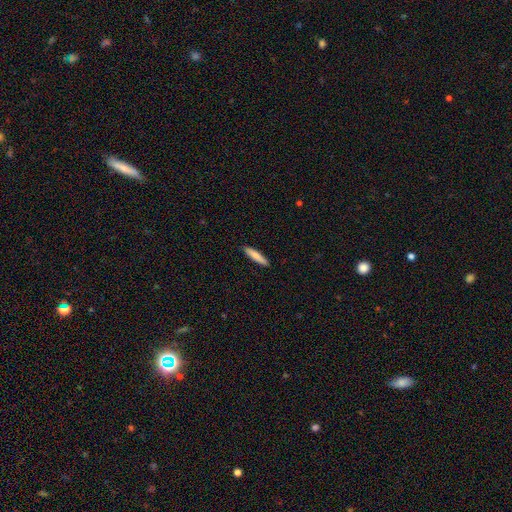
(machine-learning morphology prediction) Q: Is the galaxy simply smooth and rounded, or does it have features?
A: smooth — 79%.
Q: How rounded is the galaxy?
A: cigar-shaped — 88%.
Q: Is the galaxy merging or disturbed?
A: none — 91%.